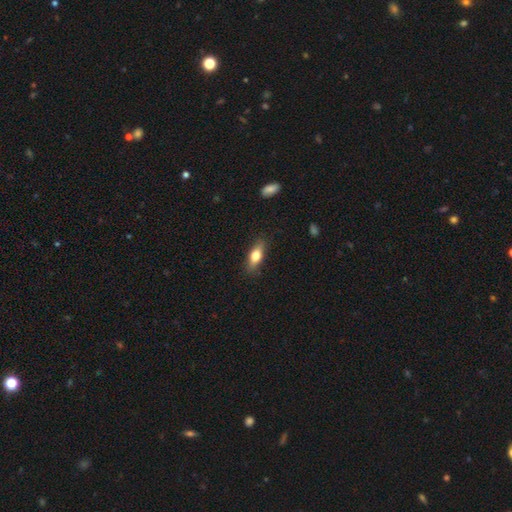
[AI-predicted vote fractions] A smooth galaxy with no disk features (71%) that is in between round and cigar-shaped (67%).

Vote fractions:
- Smooth or featured? smooth: 71% / featured or disk: 23% / star or artifact: 7%
- How rounded? in between: 67% / cigar-shaped: 30% / round: 4%
- Merging? none: 85% / minor disturbance: 11% / major disturbance: 3% / merger: 1%